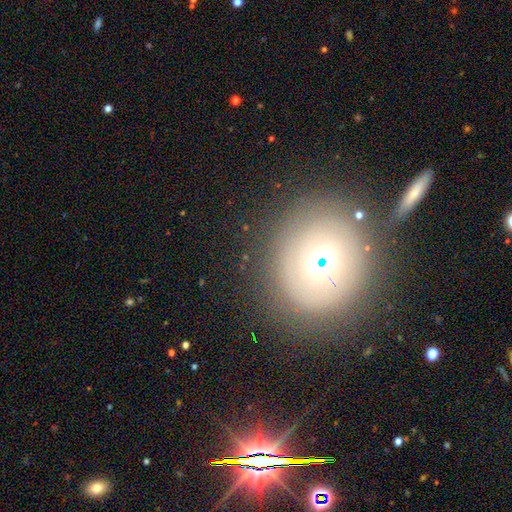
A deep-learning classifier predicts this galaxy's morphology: Smooth or featured?
  - featured or disk: 41% *
  - smooth: 33%
  - star or artifact: 26%
Merging?
  - none: 80% *
  - minor disturbance: 11%
  - major disturbance: 5%
  - merger: 4%